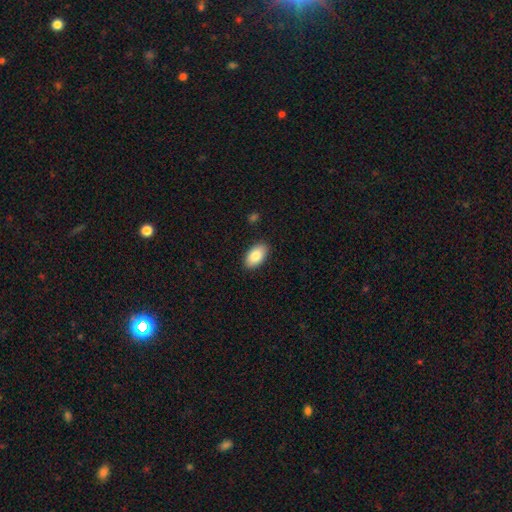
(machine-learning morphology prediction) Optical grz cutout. It shows a smooth galaxy with no disk features (85%) that is in between round and cigar-shaped (95%). Merging: none (89%).